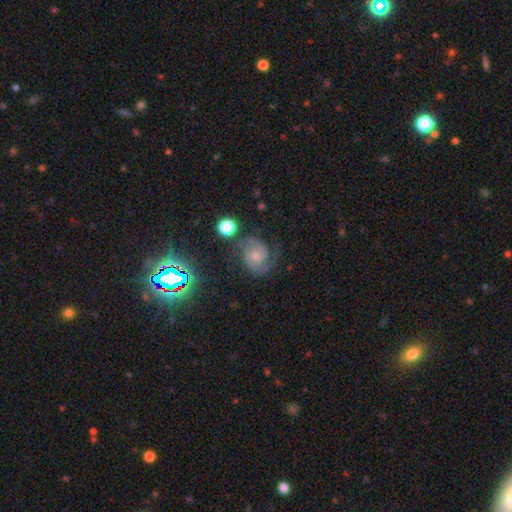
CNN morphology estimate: This appears to be a featured or disk galaxy (71%) with no bar (67%), 2 (84%) medium (51%) spiral arms (95%) and a small central bulge (49%). Merging: none (67%).